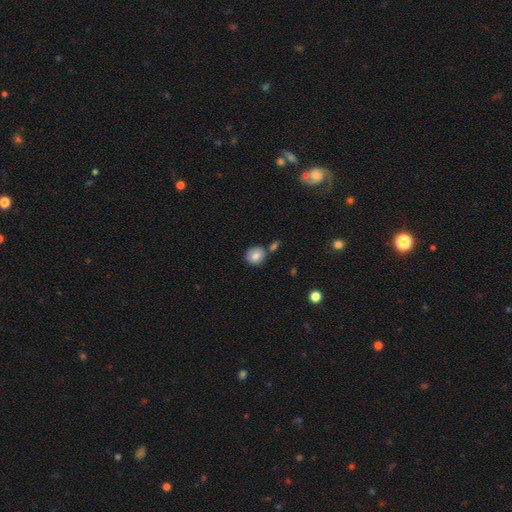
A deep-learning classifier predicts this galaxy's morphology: This appears to be a smooth galaxy with no disk features (83%) that is round (81%). Merging: none (68%).